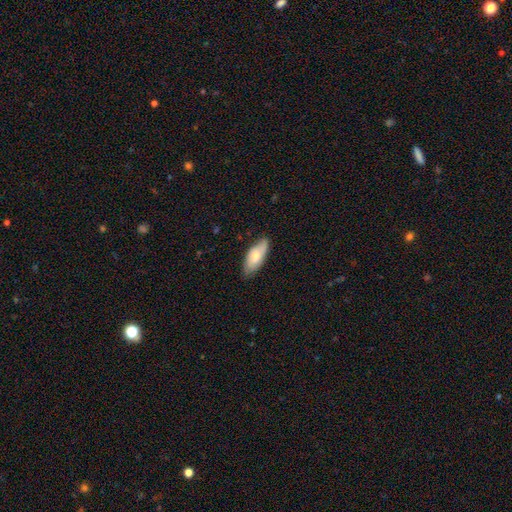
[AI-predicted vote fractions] Smooth or featured? smooth (69%)
How rounded? in between (83%)
Merging? none (75%)